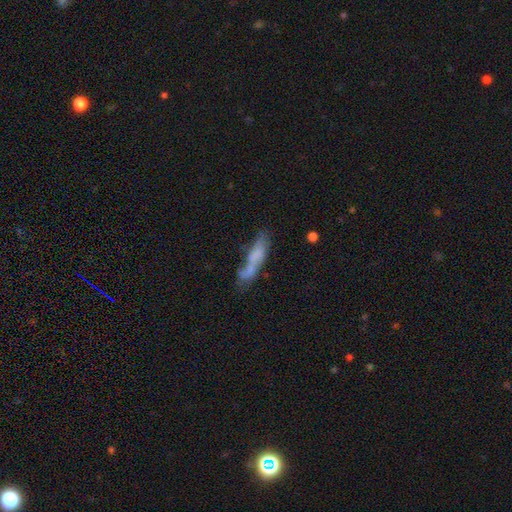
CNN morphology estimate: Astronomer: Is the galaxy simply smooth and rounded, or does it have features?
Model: smooth — 56% (runner-up: featured or disk, 35%).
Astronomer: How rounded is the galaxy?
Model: cigar-shaped — 67%.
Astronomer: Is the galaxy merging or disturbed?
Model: none — 37% (runner-up: minor disturbance, 25%).